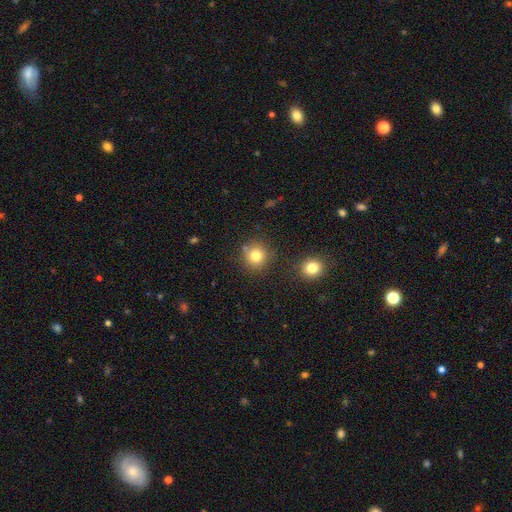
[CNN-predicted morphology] Smooth or featured?
  - smooth: 80% *
  - star or artifact: 12%
  - featured or disk: 7%
How rounded?
  - round: 92% *
  - in between: 7%
  - cigar-shaped: 1%
Merging?
  - none: 82% *
  - minor disturbance: 9%
  - merger: 7%
  - major disturbance: 3%